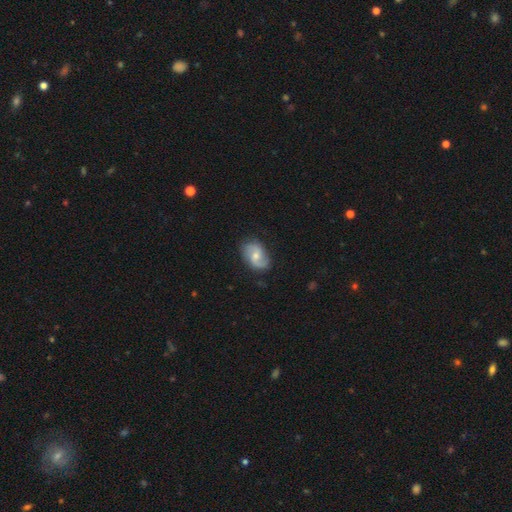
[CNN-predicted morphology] Smooth or featured: featured or disk — 72% (smooth — 22%)
Edge-on disk: no — 97% (yes — 3%)
Bar: no — 49% (weak — 43%)
Spiral arms: yes — 93% (no — 7%)
Spiral winding: loose — 43% (medium — 41%)
Spiral arm count: 2 — 90% (can't tell — 5%)
Bulge size: moderate — 60% (small — 34%)
Merging: none — 80% (minor disturbance — 15%)